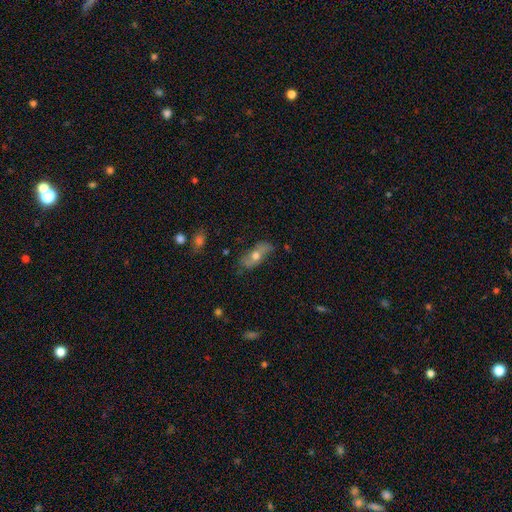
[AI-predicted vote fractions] Smooth or featured: smooth — 52% (featured or disk — 40%)
How rounded: in between — 70% (cigar-shaped — 25%)
Merging: none — 73% (minor disturbance — 20%)